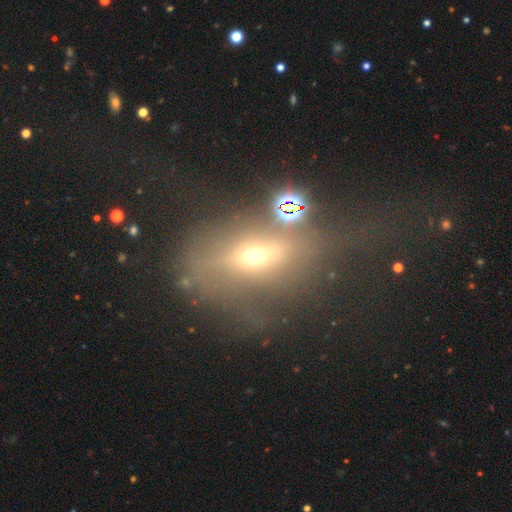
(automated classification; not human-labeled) smooth_or_featured: featured or disk (p=0.42) [alt: smooth p=0.39]
merging: major disturbance (p=0.39) [alt: none p=0.30]